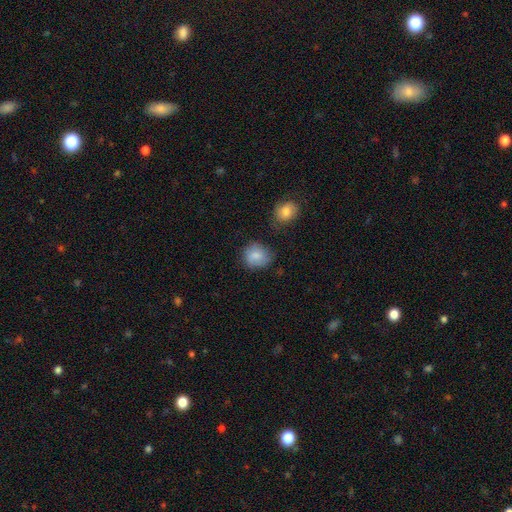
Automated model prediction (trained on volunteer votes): smooth_or_featured: smooth (p=0.85) [alt: featured or disk p=0.08]
how_rounded: round (p=0.76) [alt: in between p=0.23]
merging: none (p=0.71) [alt: minor disturbance p=0.21]